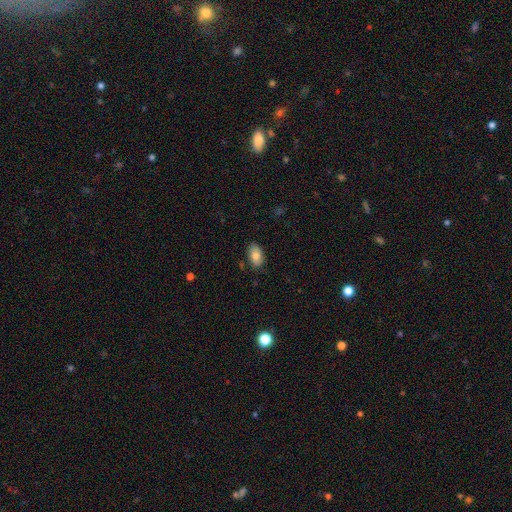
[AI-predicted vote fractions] Morphology: type=smooth (81%); roundness=in between (93%); merging=none (83%).